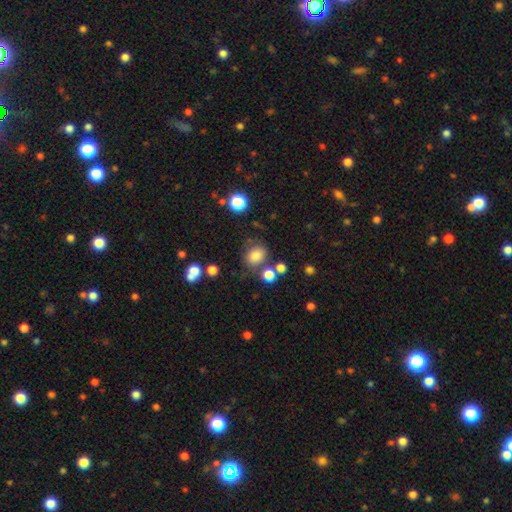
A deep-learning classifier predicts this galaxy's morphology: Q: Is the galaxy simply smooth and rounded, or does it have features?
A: smooth — 80%.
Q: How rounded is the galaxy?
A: round — 63%.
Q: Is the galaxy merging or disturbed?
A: none — 73%.